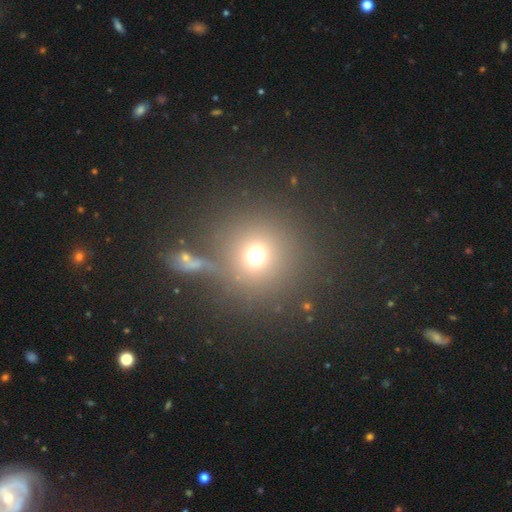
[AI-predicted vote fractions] A smooth galaxy with no disk features (68%) that is round (91%).

Vote fractions:
- Smooth or featured? smooth: 68% / star or artifact: 20% / featured or disk: 12%
- How rounded? round: 91% / in between: 8% / cigar-shaped: 1%
- Merging? none: 69% / merger: 14% / minor disturbance: 10% / major disturbance: 8%